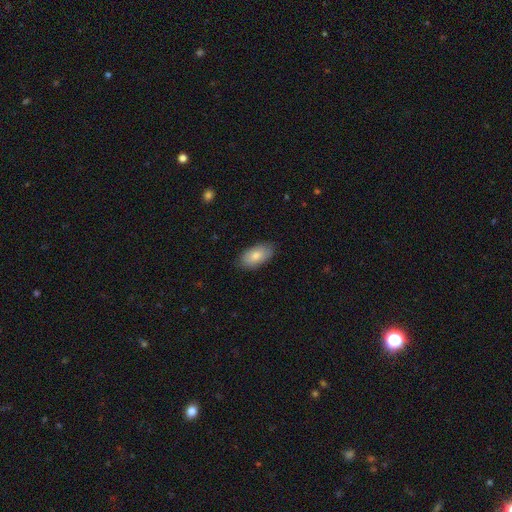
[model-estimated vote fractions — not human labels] Smooth or featured: smooth — 80% (featured or disk — 14%)
How rounded: in between — 94% (round — 3%)
Merging: none — 85% (minor disturbance — 12%)